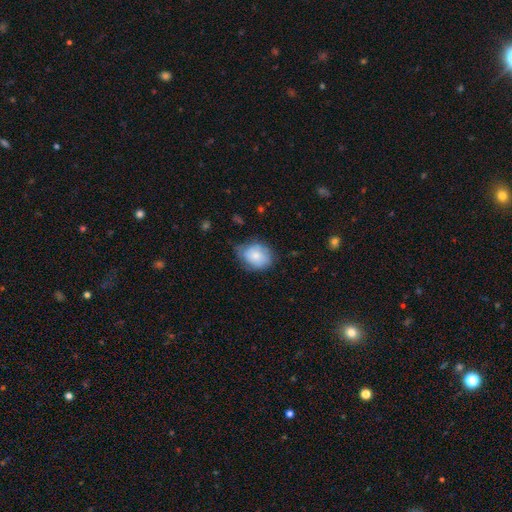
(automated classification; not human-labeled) Overall: smooth (71%). How rounded: in between (59%; round 40%). Merging: none (55%; minor disturbance 33%).